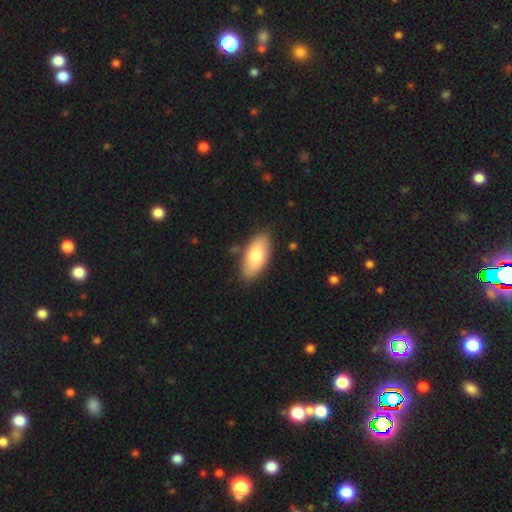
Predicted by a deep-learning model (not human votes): This appears to be a smooth galaxy with no disk features (77%) that is in between round and cigar-shaped (90%). Merging: none (84%).